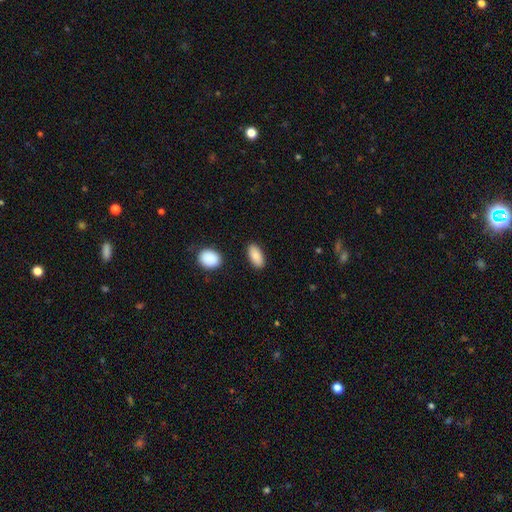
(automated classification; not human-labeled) Q: Smooth or featured?
A: smooth (88%); runner-up: star or artifact (6%)
Q: How rounded?
A: in between (92%); runner-up: cigar-shaped (6%)
Q: Merging?
A: none (87%); runner-up: minor disturbance (8%)